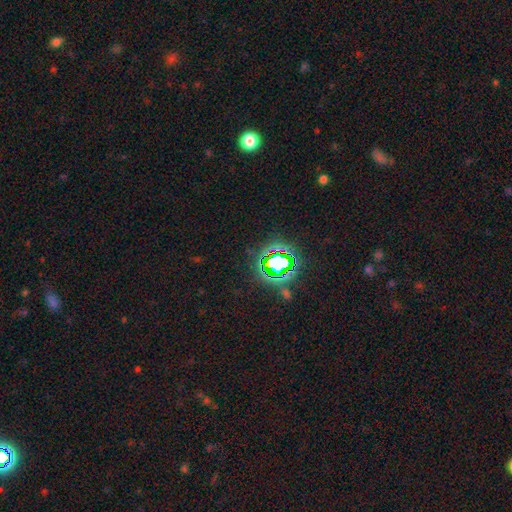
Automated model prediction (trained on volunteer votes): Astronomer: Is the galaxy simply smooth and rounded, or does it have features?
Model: star or artifact — 81%.